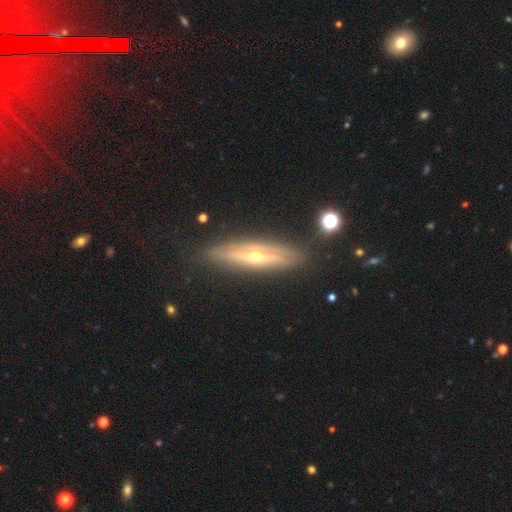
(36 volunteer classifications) A featured or disk galaxy (69%) viewed edge-on (84%) with a rounded central bulge (90%).

Vote fractions:
- Smooth or featured? featured or disk: 69% / smooth: 31% / star or artifact: 0%
- Edge-on disk? yes: 84% / no: 16%
- Edge-on bulge? rounded: 90% / none: 10% / boxy: 0%
- Merging? none: 92% / minor disturbance: 6% / major disturbance: 3% / merger: 0%